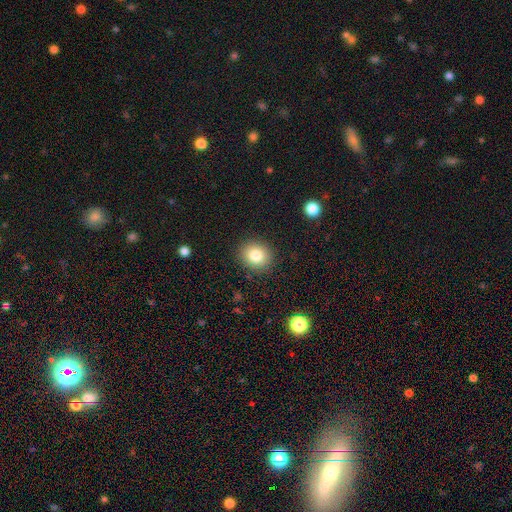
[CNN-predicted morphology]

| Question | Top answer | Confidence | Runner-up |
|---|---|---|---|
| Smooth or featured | smooth | 81% | star or artifact (11%) |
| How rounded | round | 74% | in between (25%) |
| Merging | none | 89% | minor disturbance (8%) |